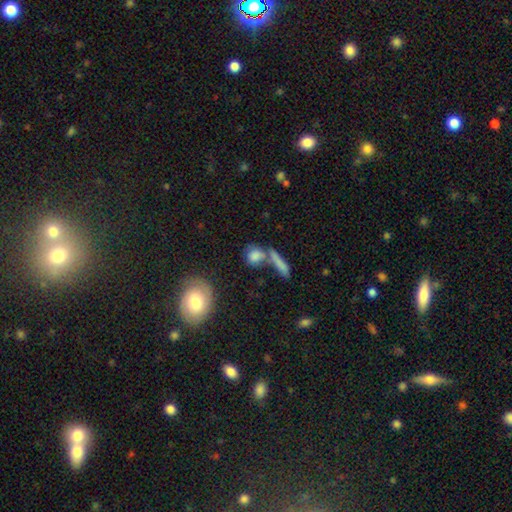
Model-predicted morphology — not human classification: A smooth galaxy with no disk features (77%) that is round (55%).

Vote fractions:
- Smooth or featured? smooth: 77% / featured or disk: 13% / star or artifact: 10%
- How rounded? round: 55% / in between: 34% / cigar-shaped: 12%
- Merging? none: 48% / merger: 34% / minor disturbance: 12% / major disturbance: 7%